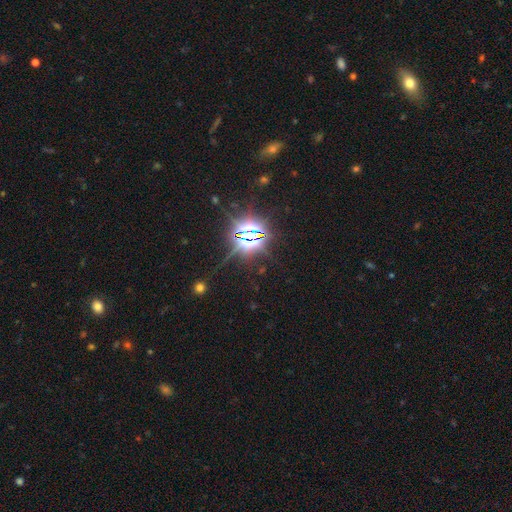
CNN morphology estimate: Smooth or featured? star or artifact (84%)